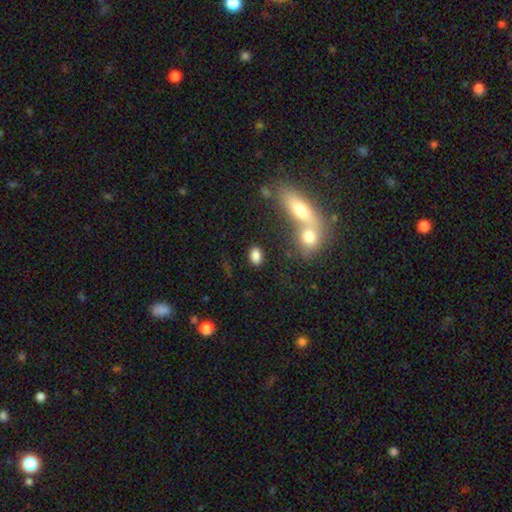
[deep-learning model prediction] The model was most divided on "merging": none: 78%, minor disturbance: 10%, merger: 8%, major disturbance: 4%. More confident: smooth or featured — smooth (83%); how rounded — in between (83%).